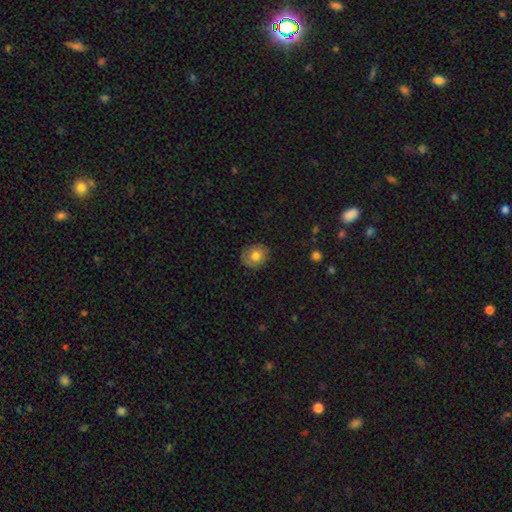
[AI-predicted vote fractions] This appears to be a smooth galaxy with no disk features (74%) that is round (69%). Merging: none (81%).